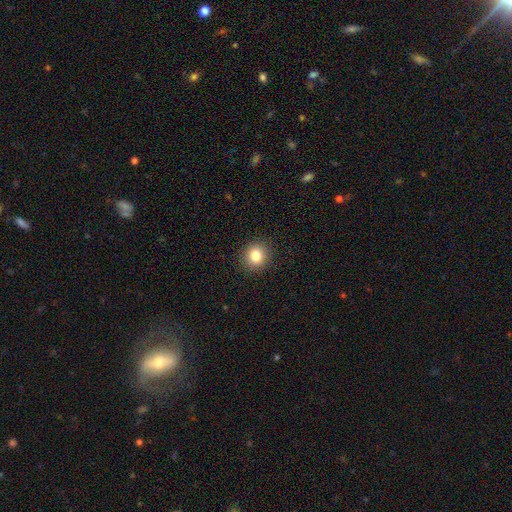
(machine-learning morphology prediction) A smooth galaxy with no disk features (84%) that is round (82%).

Vote fractions:
- Smooth or featured? smooth: 84% / star or artifact: 10% / featured or disk: 6%
- How rounded? round: 82% / in between: 17% / cigar-shaped: 1%
- Merging? none: 91% / minor disturbance: 6% / major disturbance: 2% / merger: 1%